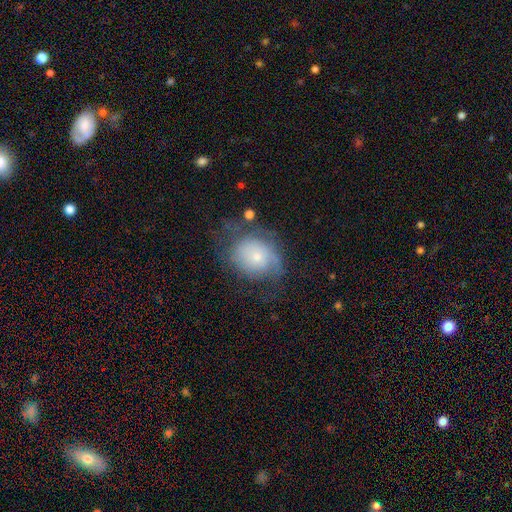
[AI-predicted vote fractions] This appears to be a smooth galaxy with no disk features (48%). Merging: none (43%).